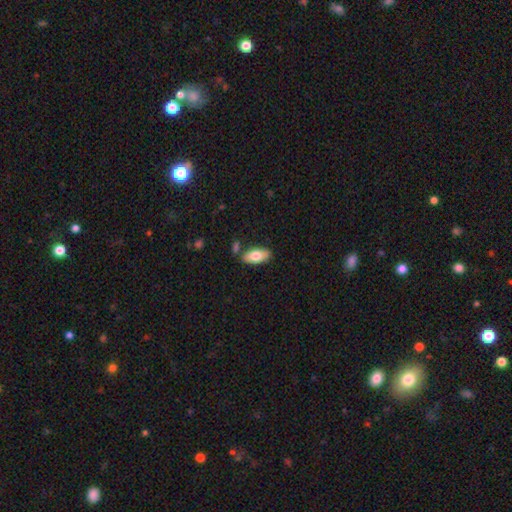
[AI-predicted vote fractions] smooth_or_featured: smooth (p=0.76) [alt: featured or disk p=0.18]
how_rounded: in between (p=0.90) [alt: cigar-shaped p=0.08]
merging: none (p=0.79) [alt: minor disturbance p=0.12]